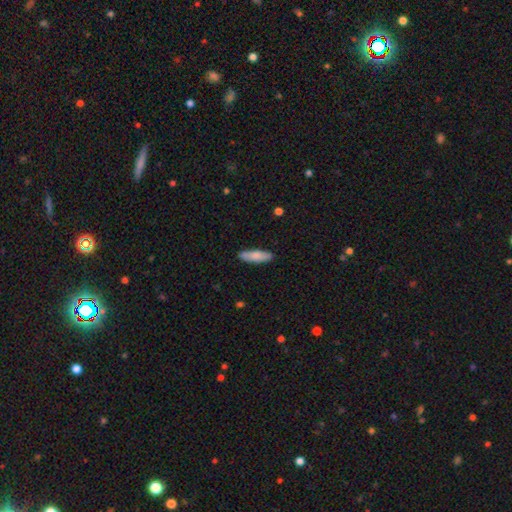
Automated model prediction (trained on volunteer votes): A smooth galaxy with no disk features (82%) that is cigar-shaped (57%).

Vote fractions:
- Smooth or featured? smooth: 82% / featured or disk: 12% / star or artifact: 5%
- How rounded? cigar-shaped: 57% / in between: 42% / round: 2%
- Merging? none: 88% / minor disturbance: 9% / major disturbance: 2% / merger: 1%